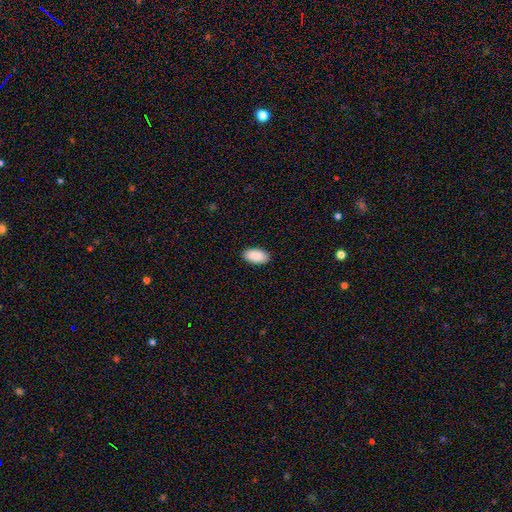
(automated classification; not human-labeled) smooth 91%, star or artifact 6%, featured or disk 3%. Down the decision tree: how rounded — in between (96%); merging — none (91%).